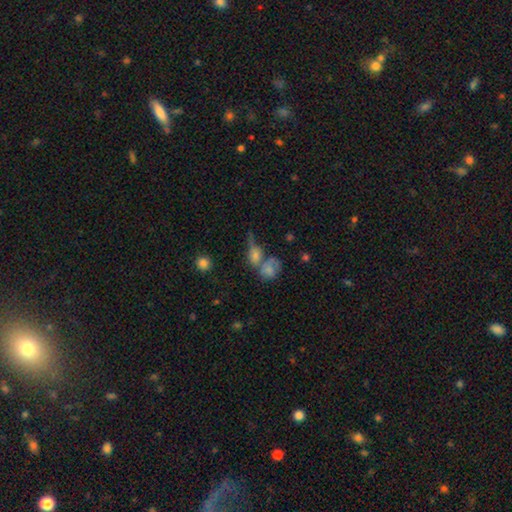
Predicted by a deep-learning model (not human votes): smooth-or-featured: smooth: 44% | featured or disk: 34% | star or artifact: 22%
  merging: merger: 40% | none: 37% | minor disturbance: 13% | major disturbance: 11%